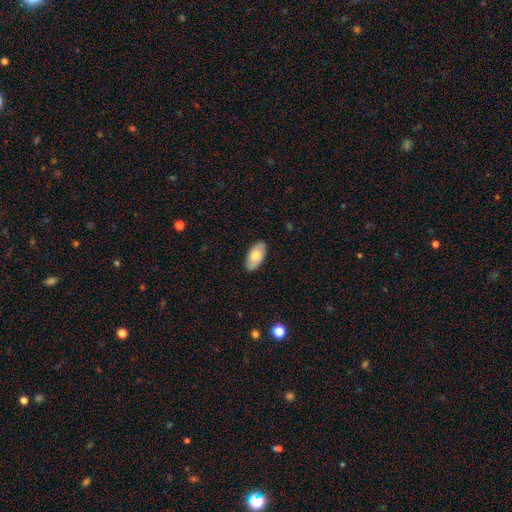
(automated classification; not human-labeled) This is likely a smooth galaxy (65%). How rounded: clearly in between (94%). Merging: clearly none (87%).